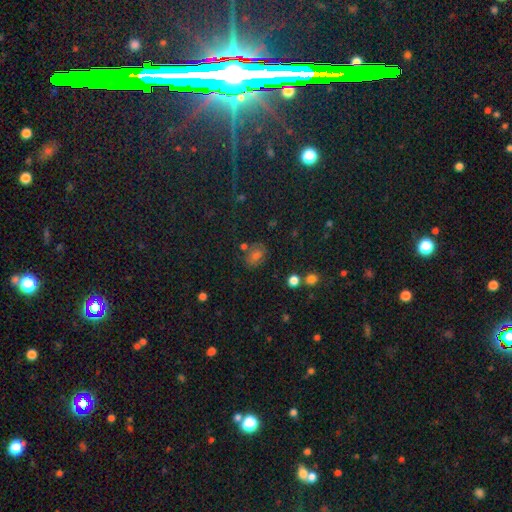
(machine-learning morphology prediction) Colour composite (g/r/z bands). It shows a smooth galaxy with no disk features (59%) that is in between round and cigar-shaped (64%). Merging: none (77%).